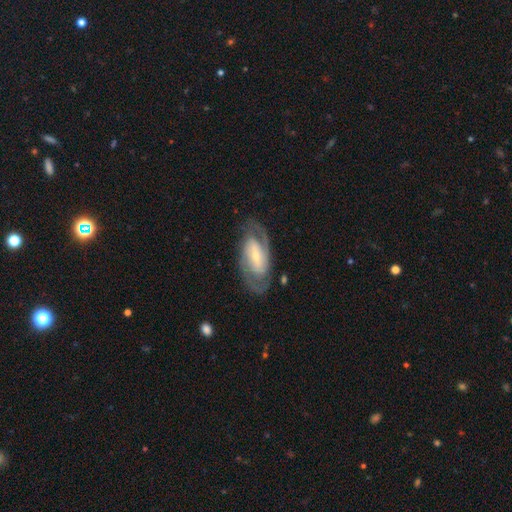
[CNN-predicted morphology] Smooth or featured? featured or disk (85%)
Edge-on disk? no (95%)
Bar? weak (37%)
Spiral arms? yes (94%)
Spiral winding? medium (46%)
Spiral arm count? 2 (87%)
Bulge size? small (65%)
Merging? none (80%)